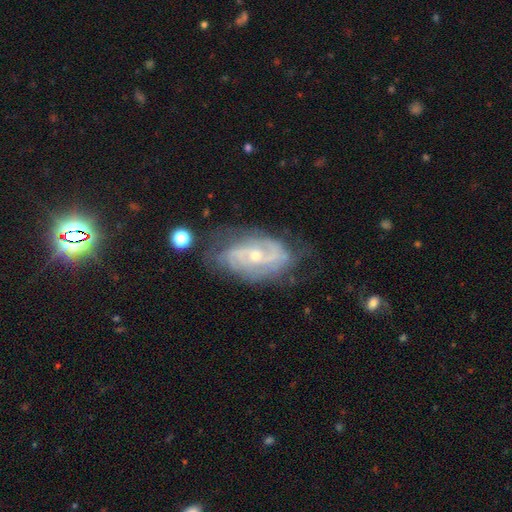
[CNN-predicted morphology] Smooth or featured? Predicted: featured or disk (p=0.84). Edge-on disk? Predicted: no (p=0.95). Bar? Predicted: no (p=0.54). Spiral arms? Predicted: yes (p=0.93). Spiral winding? Predicted: tight (p=0.46). Spiral arm count? Predicted: 2 (p=0.51). Bulge size? Predicted: small (p=0.58). Merging? Predicted: none (p=0.66).